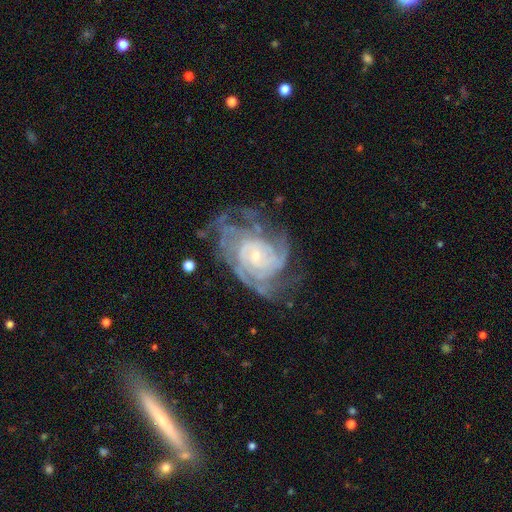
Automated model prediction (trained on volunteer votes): Smooth or featured: featured or disk — 89% (star or artifact — 6%)
Edge-on disk: no — 97% (yes — 3%)
Bar: no — 73% (weak — 21%)
Spiral arms: yes — 97% (no — 3%)
Spiral winding: tight — 66% (medium — 28%)
Spiral arm count: can't tell — 27% (4 — 23%)
Bulge size: small — 78% (moderate — 18%)
Merging: none — 57% (minor disturbance — 21%)